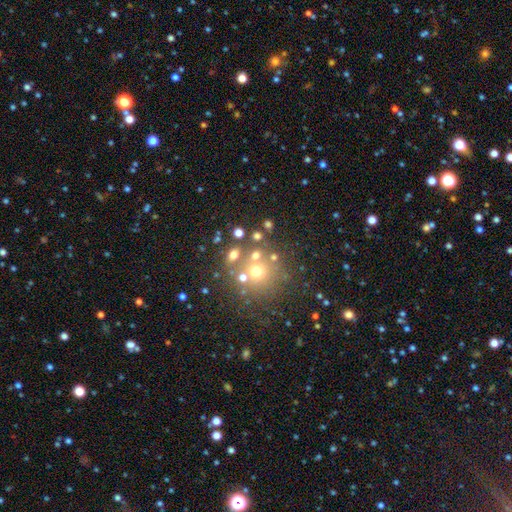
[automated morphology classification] Q: Smooth or featured?
A: smooth (56%); runner-up: star or artifact (25%)
Q: How rounded?
A: round (87%); runner-up: in between (12%)
Q: Merging?
A: none (65%); runner-up: merger (18%)